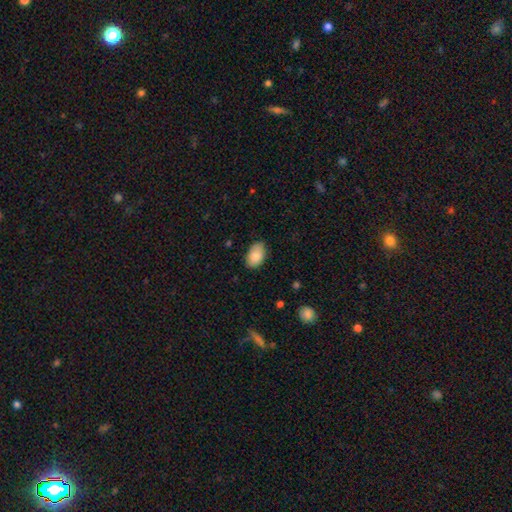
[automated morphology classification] This is clearly a smooth galaxy (87%). How rounded: clearly in between (92%). Merging: likely none (79%).